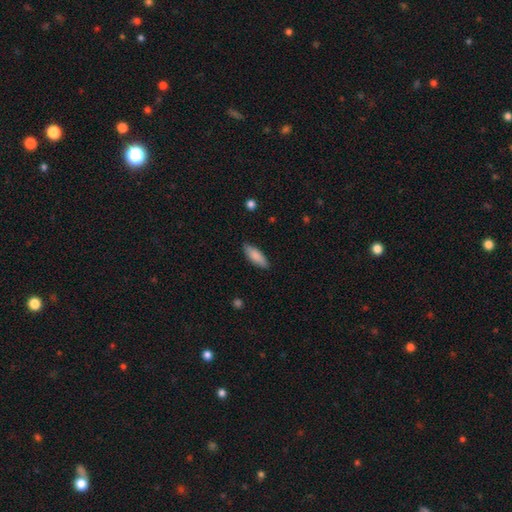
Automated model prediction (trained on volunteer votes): Smooth or featured: smooth — 84% (featured or disk — 10%)
How rounded: in between — 61% (cigar-shaped — 37%)
Merging: none — 84% (minor disturbance — 13%)